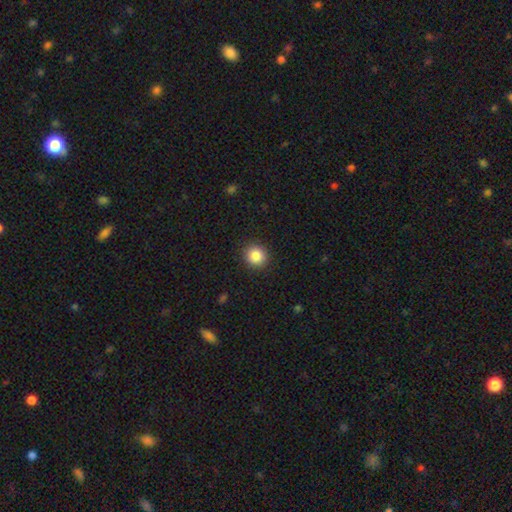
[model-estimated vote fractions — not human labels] smooth-or-featured: smooth: 87% | star or artifact: 9% | featured or disk: 4%
  how-rounded: round: 90% | in between: 9% | cigar-shaped: 1%
  merging: none: 91% | minor disturbance: 6% | major disturbance: 2% | merger: 1%